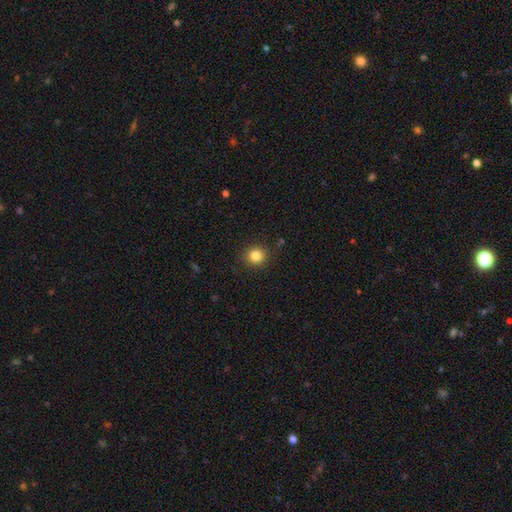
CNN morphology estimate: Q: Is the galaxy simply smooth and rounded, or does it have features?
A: smooth — 83%.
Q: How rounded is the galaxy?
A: round — 88%.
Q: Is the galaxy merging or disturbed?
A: none — 89%.